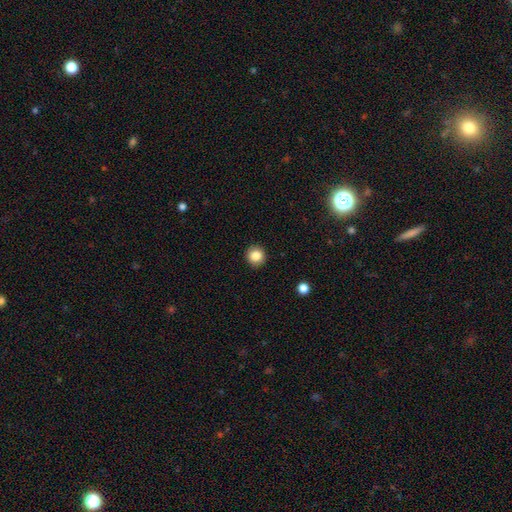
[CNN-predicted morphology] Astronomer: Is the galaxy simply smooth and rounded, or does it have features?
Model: smooth — 85%.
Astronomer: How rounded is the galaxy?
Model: round — 94%.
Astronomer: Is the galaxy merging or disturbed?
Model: none — 91%.